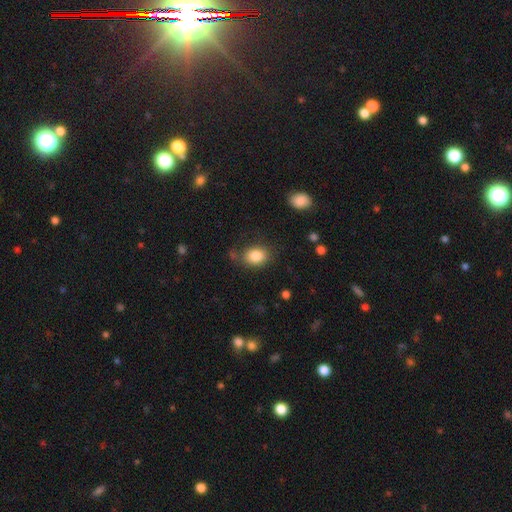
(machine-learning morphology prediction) smooth 84%, star or artifact 9%, featured or disk 7%. Down the decision tree: how rounded — in between (68%); merging — none (73%).